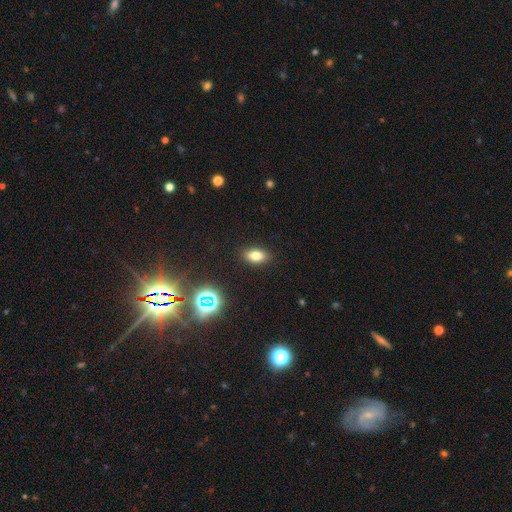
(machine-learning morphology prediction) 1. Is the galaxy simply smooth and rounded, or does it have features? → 75% smooth, 15% star or artifact, 10% featured or disk.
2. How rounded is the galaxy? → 86% in between, 9% round, 5% cigar-shaped.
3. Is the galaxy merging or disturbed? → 88% none, 8% minor disturbance, 2% major disturbance, 1% merger.